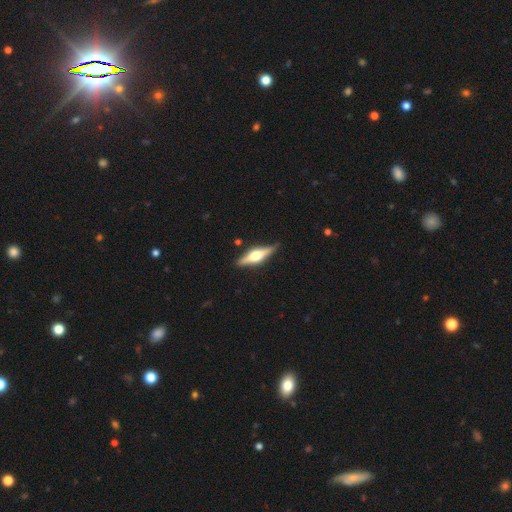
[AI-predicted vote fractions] featured or disk 70%, smooth 25%, star or artifact 5%. Down the decision tree: edge-on disk — yes (97%); edge-on bulge — rounded (92%); merging — none (86%).